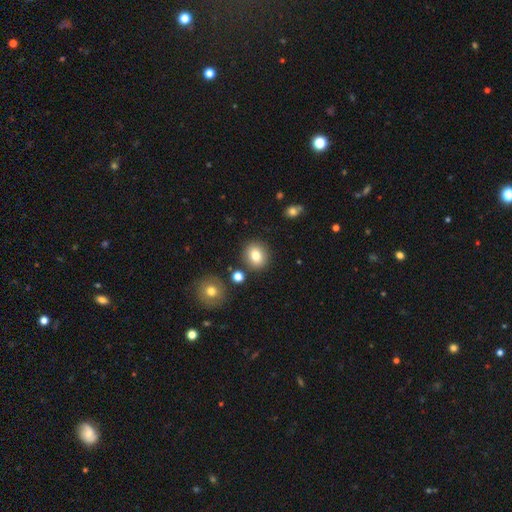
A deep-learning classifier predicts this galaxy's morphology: Smooth or featured? Predicted: smooth (p=0.80). How rounded? Predicted: round (p=0.71). Merging? Predicted: none (p=0.85).